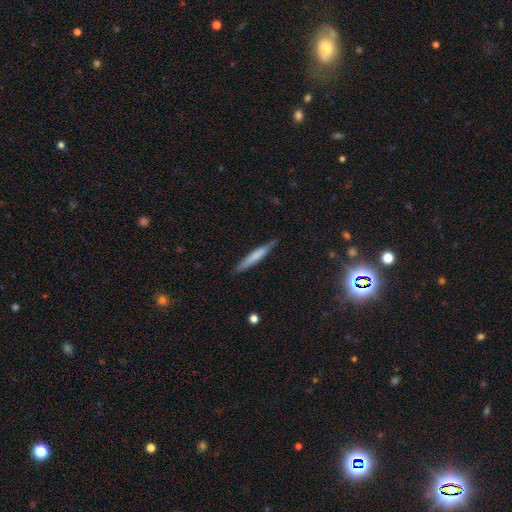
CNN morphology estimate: smooth-or-featured: smooth: 64% | featured or disk: 30% | star or artifact: 6%
  how-rounded: cigar-shaped: 94% | in between: 4% | round: 1%
  merging: none: 84% | minor disturbance: 12% | major disturbance: 2% | merger: 1%